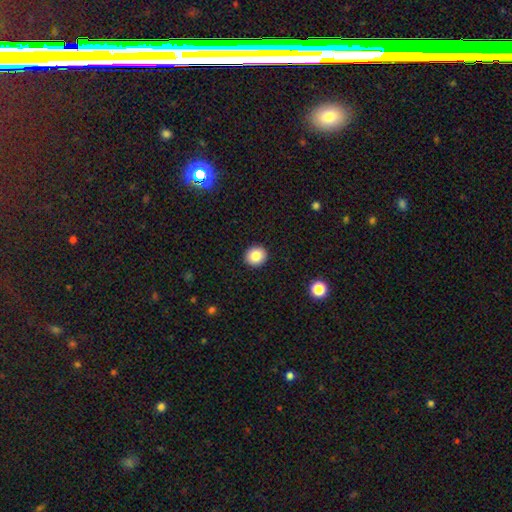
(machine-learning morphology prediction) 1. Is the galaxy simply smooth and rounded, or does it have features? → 84% smooth, 9% star or artifact, 7% featured or disk.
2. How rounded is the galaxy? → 88% round, 11% in between, 1% cigar-shaped.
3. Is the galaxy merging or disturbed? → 93% none, 5% minor disturbance, 2% major disturbance, 1% merger.